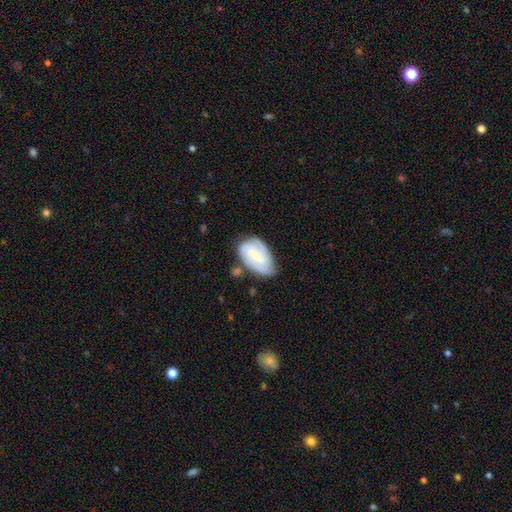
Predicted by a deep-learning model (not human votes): featured or disk 72%, smooth 22%, star or artifact 6%. Down the decision tree: edge-on disk — no (97%); bar — weak (47%); spiral arms — yes (93%); spiral arm count — 2 (32%, tied with 3); spiral winding — tight (54%); bulge size — small (66%); merging — none (57%).